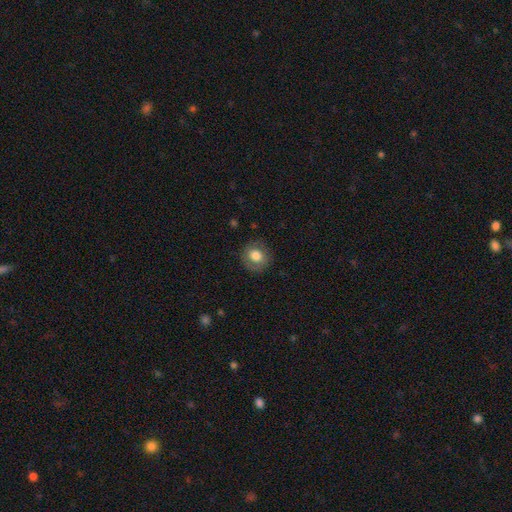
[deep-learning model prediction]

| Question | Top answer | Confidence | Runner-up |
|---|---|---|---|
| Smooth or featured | smooth | 76% | featured or disk (16%) |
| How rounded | round | 85% | in between (14%) |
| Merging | none | 83% | minor disturbance (12%) |